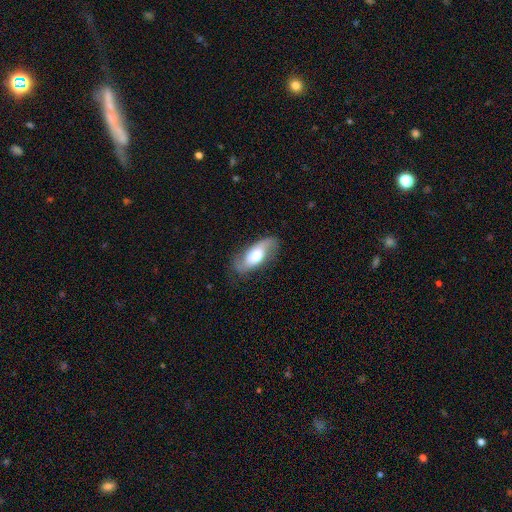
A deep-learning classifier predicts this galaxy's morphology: Smooth or featured: featured or disk — 57% (smooth — 37%)
Edge-on disk: no — 87% (yes — 13%)
Merging: none — 75% (minor disturbance — 18%)